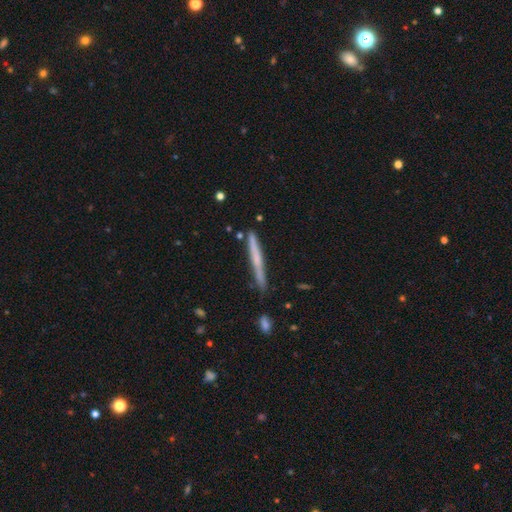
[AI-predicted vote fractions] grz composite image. It shows a featured or disk galaxy (48%). Merging: none (85%).